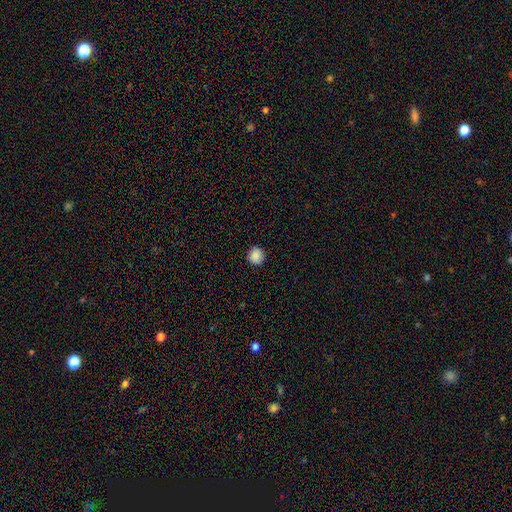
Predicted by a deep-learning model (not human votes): smooth_or_featured: smooth (p=0.88) [alt: star or artifact p=0.09]
how_rounded: round (p=0.92) [alt: in between p=0.07]
merging: none (p=0.91) [alt: minor disturbance p=0.06]